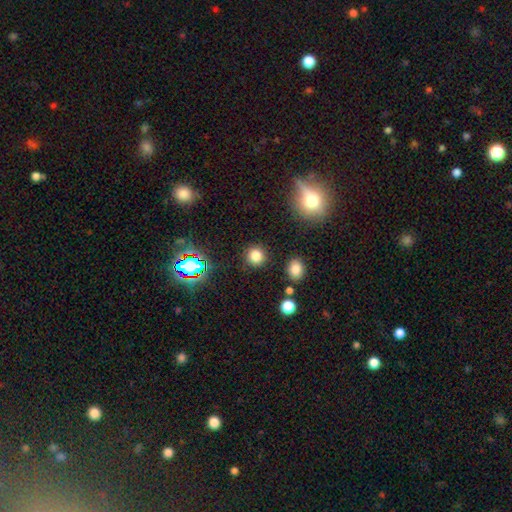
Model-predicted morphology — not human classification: Smooth or featured? Predicted: smooth (p=0.79). How rounded? Predicted: round (p=0.90). Merging? Predicted: none (p=0.89).